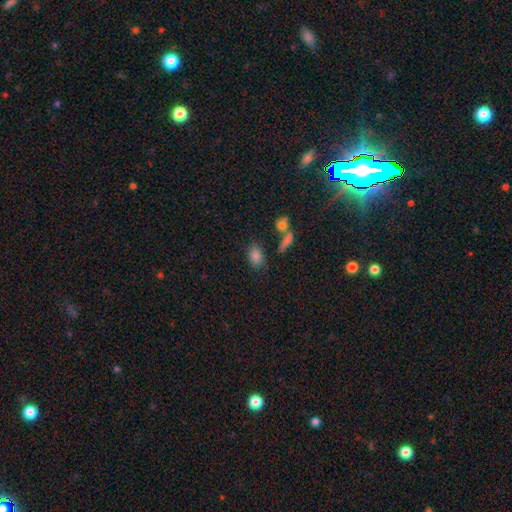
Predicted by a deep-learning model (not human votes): This is clearly a smooth galaxy (82%). How rounded: likely in between (79%). Merging: likely none (71%).